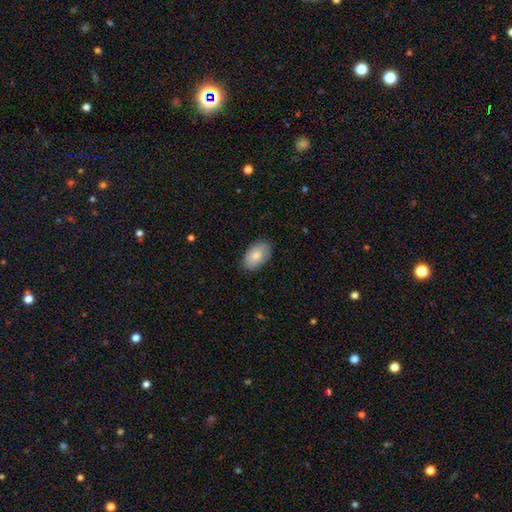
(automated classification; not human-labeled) Smooth or featured?
  - smooth: 84% *
  - featured or disk: 10%
  - star or artifact: 6%
How rounded?
  - in between: 93% *
  - round: 6%
  - cigar-shaped: 1%
Merging?
  - none: 85% *
  - minor disturbance: 12%
  - major disturbance: 2%
  - merger: 1%